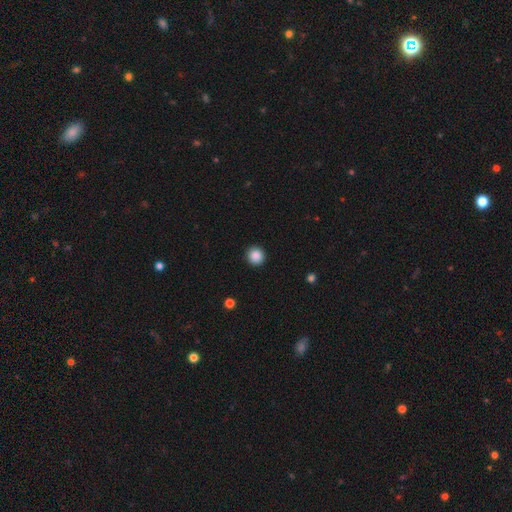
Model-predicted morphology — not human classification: A smooth galaxy with no disk features (88%) that is round (94%).

Vote fractions:
- Smooth or featured? smooth: 88% / star or artifact: 10% / featured or disk: 3%
- How rounded? round: 94% / in between: 5% / cigar-shaped: 1%
- Merging? none: 92% / minor disturbance: 5% / major disturbance: 2% / merger: 1%